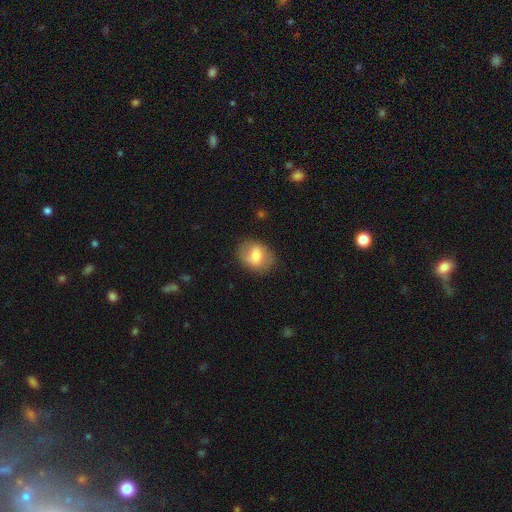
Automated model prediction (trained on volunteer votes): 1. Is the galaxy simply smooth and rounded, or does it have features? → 73% smooth, 20% featured or disk, 7% star or artifact.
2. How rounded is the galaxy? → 63% in between, 36% round, 1% cigar-shaped.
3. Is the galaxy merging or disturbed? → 80% none, 14% minor disturbance, 5% major disturbance, 1% merger.